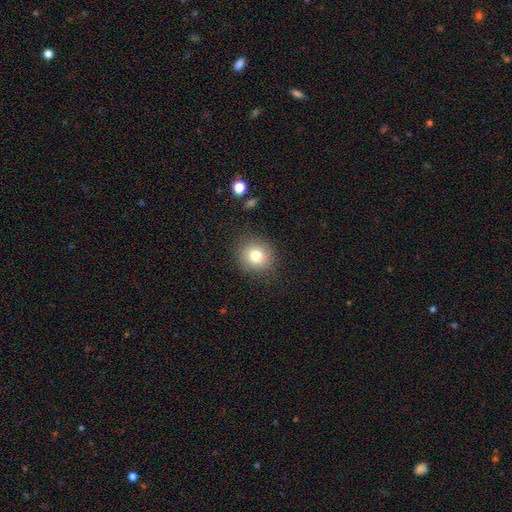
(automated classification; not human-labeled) This appears to be a smooth galaxy with no disk features (78%) that is round (88%). Merging: none (87%).